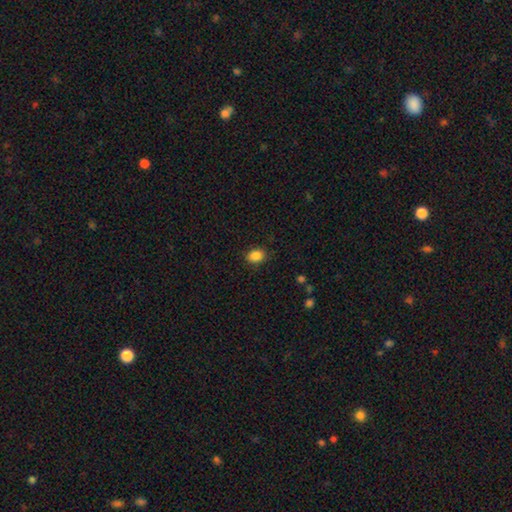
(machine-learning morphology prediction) Overall: smooth (86%). How rounded: in between (56%; round 43%). Merging: none (87%).